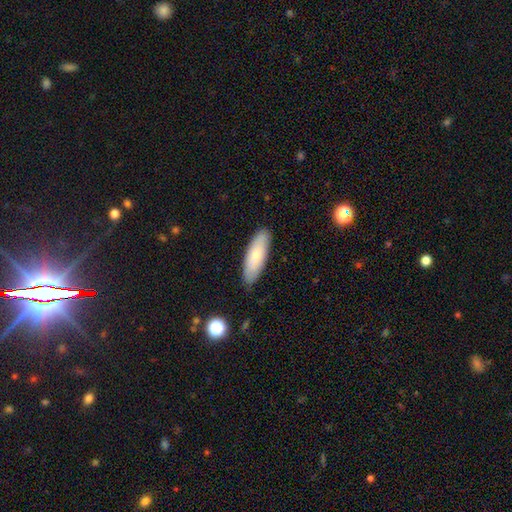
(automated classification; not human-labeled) Smooth or featured? smooth (77%)
How rounded? in between (57%)
Merging? none (86%)